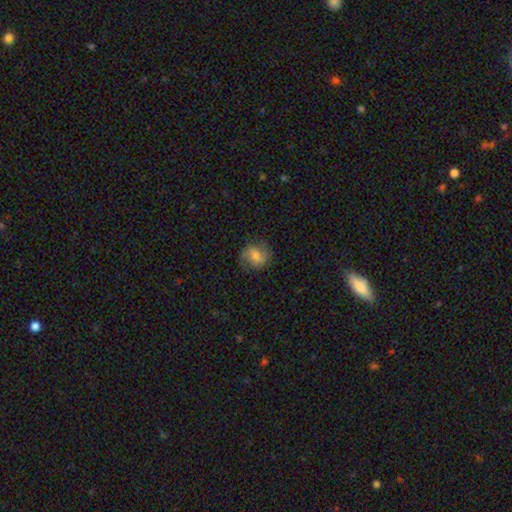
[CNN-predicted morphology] A smooth galaxy with no disk features (51%) that is round (71%).

Vote fractions:
- Smooth or featured? smooth: 51% / featured or disk: 39% / star or artifact: 10%
- How rounded? round: 71% / in between: 28% / cigar-shaped: 1%
- Merging? none: 75% / minor disturbance: 18% / major disturbance: 7% / merger: 1%